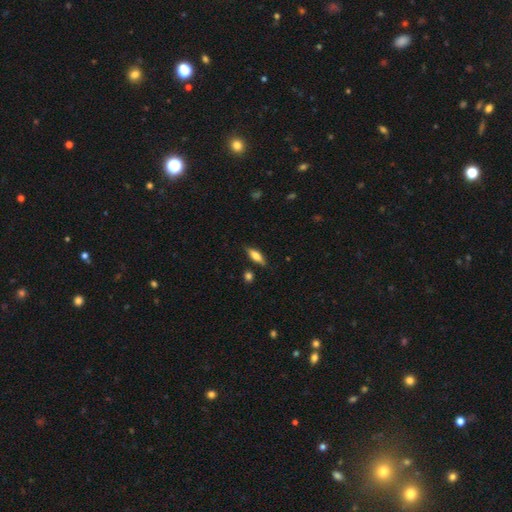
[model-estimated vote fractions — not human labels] smooth_or_featured: smooth (p=0.66) [alt: featured or disk p=0.27]
how_rounded: in between (p=0.58) [alt: cigar-shaped p=0.39]
merging: none (p=0.80) [alt: minor disturbance p=0.14]